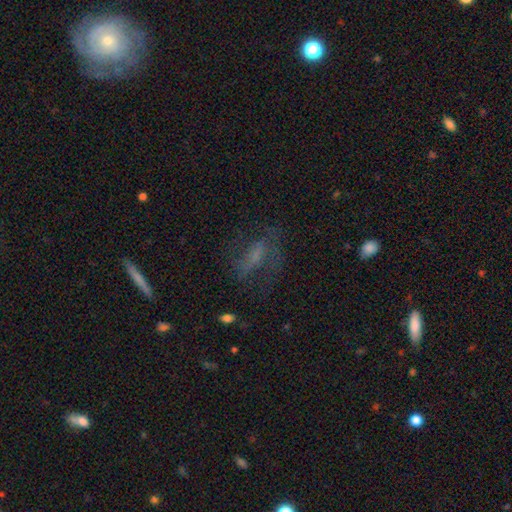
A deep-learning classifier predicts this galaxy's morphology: A featured or disk galaxy (48%).

Vote fractions:
- Smooth or featured? featured or disk: 48% / smooth: 33% / star or artifact: 19%
- Merging? none: 54% / major disturbance: 25% / minor disturbance: 18% / merger: 2%